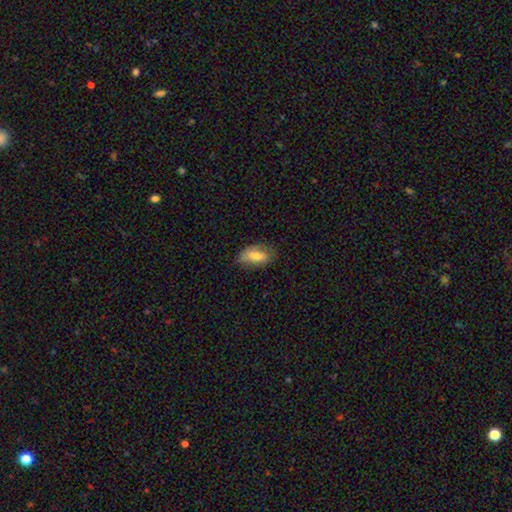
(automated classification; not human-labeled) smooth_or_featured: smooth (p=0.69) [alt: featured or disk p=0.24]
how_rounded: in between (p=0.88) [alt: cigar-shaped p=0.07]
merging: none (p=0.61) [alt: minor disturbance p=0.29]